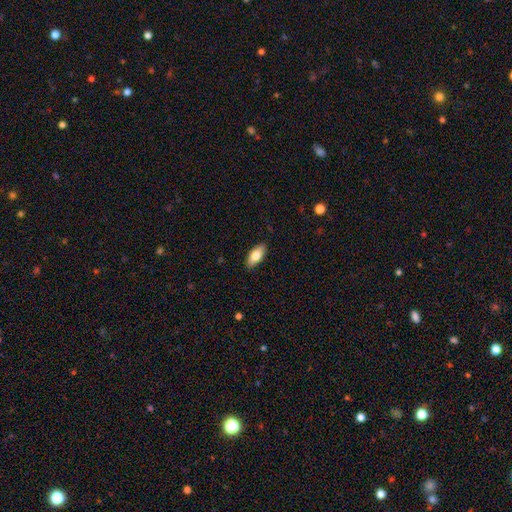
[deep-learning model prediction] This is likely a smooth galaxy (77%). How rounded: clearly in between (88%). Merging: clearly none (88%).